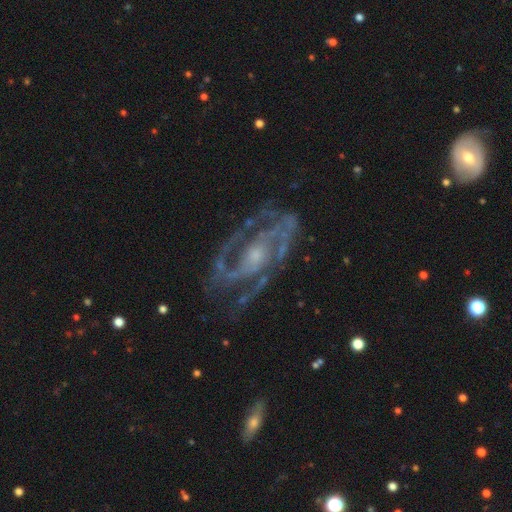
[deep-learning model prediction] Q: Smooth or featured?
A: featured or disk (90%); runner-up: star or artifact (6%)
Q: Edge-on disk?
A: no (96%); runner-up: yes (4%)
Q: Bar?
A: no (51%); runner-up: weak (36%)
Q: Spiral arms?
A: yes (96%); runner-up: no (4%)
Q: Spiral winding?
A: medium (49%); runner-up: tight (39%)
Q: Spiral arm count?
A: 2 (70%); runner-up: can't tell (10%)
Q: Bulge size?
A: small (62%); runner-up: moderate (29%)
Q: Merging?
A: none (69%); runner-up: minor disturbance (18%)